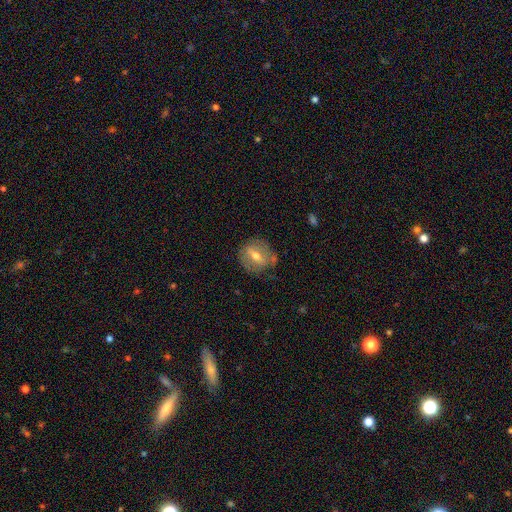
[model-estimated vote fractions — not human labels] The model was most divided on "smooth or featured" (2-way tie): featured or disk: 46%, smooth: 46%, star or artifact: 8%. More confident: merging — none (72%).